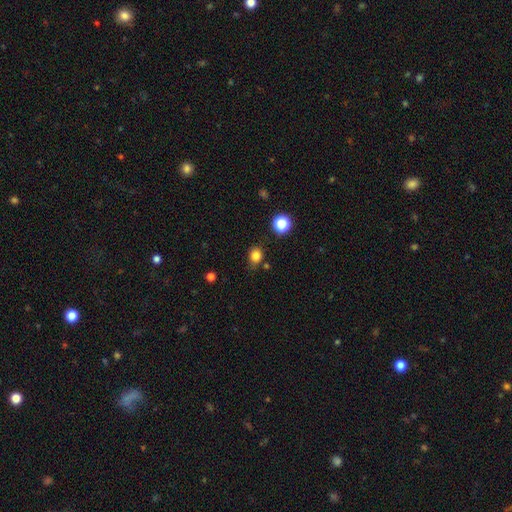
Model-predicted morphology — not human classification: Smooth or featured: smooth — 82% (star or artifact — 13%)
How rounded: round — 66% (in between — 33%)
Merging: none — 74% (minor disturbance — 18%)